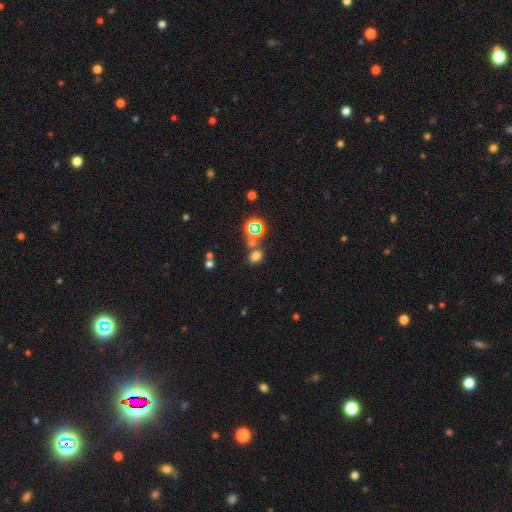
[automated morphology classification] This is likely a smooth galaxy (63%). How rounded: possibly in between (56%). Merging: likely none (64%).